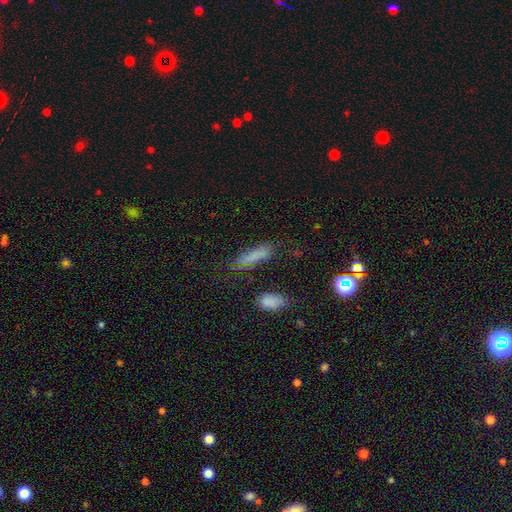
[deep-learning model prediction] The model was most divided on "how rounded": cigar-shaped: 60%, in between: 36%, round: 4%. More confident: smooth or featured — smooth (72%); merging — none (68%).